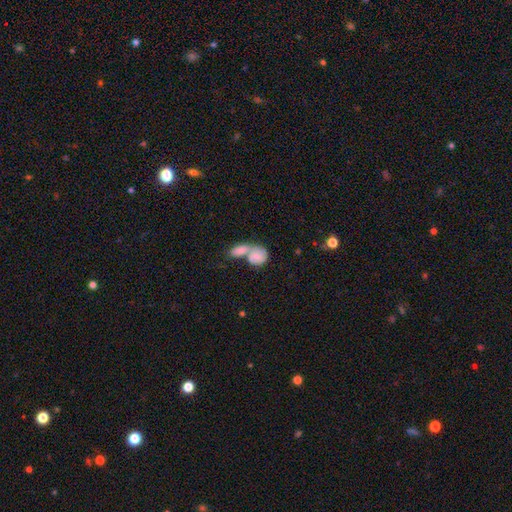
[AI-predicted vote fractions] Smooth or featured? Predicted: smooth (p=0.72). How rounded? Predicted: in between (p=0.51). Merging? Predicted: merger (p=0.67).